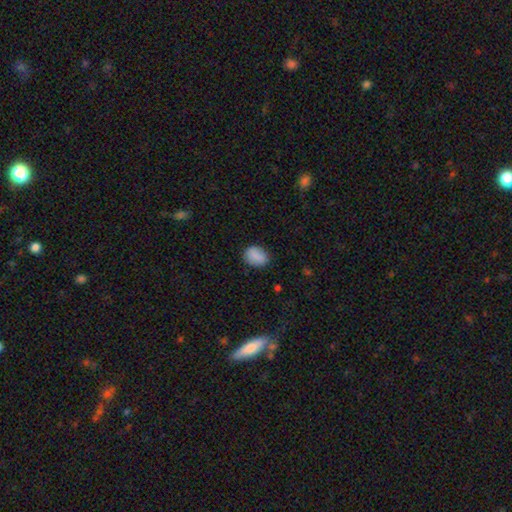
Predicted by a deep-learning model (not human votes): smooth_or_featured: smooth (p=0.85) [alt: star or artifact p=0.08]
how_rounded: in between (p=0.63) [alt: round p=0.35]
merging: none (p=0.80) [alt: minor disturbance p=0.15]